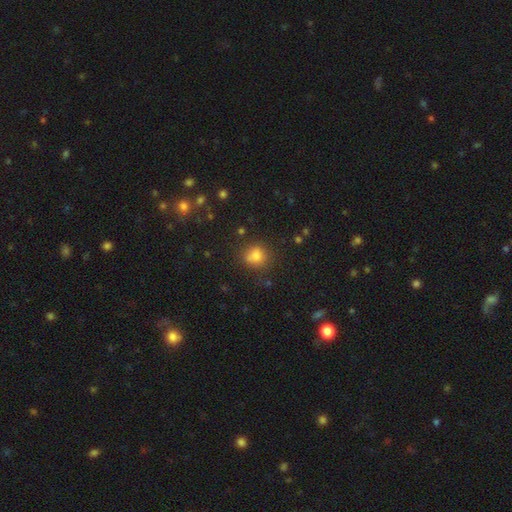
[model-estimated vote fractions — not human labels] Q: Smooth or featured?
A: smooth (78%); runner-up: star or artifact (15%)
Q: How rounded?
A: round (79%); runner-up: in between (20%)
Q: Merging?
A: none (72%); runner-up: minor disturbance (15%)